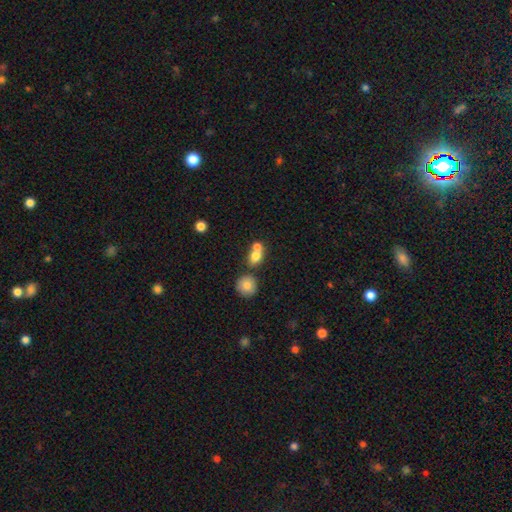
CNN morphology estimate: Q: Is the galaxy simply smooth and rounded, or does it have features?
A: smooth — 75%.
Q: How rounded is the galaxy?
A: round — 53%.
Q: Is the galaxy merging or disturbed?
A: merger — 56%.